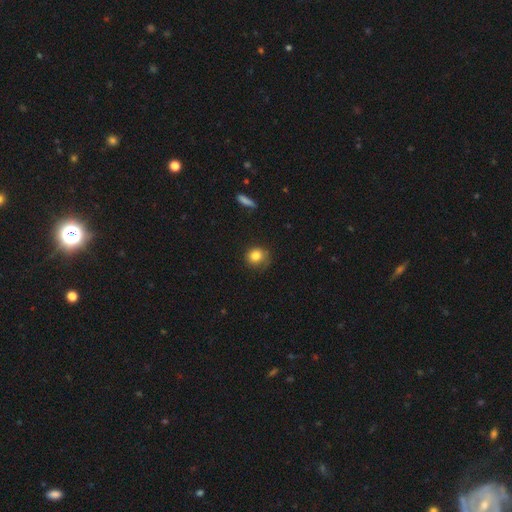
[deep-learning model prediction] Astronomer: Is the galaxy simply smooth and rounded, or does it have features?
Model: smooth — 82%.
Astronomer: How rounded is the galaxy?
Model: round — 82%.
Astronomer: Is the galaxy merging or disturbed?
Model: none — 71%.